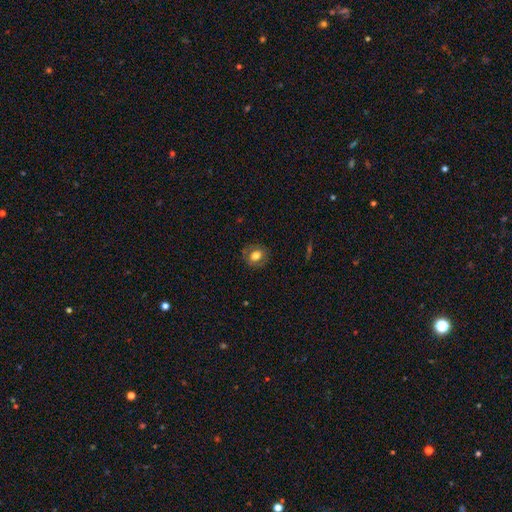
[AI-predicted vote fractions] The model was most divided on "how rounded": round: 68%, in between: 31%, cigar-shaped: 1%. More confident: merging — none (83%); smooth or featured — smooth (65%).